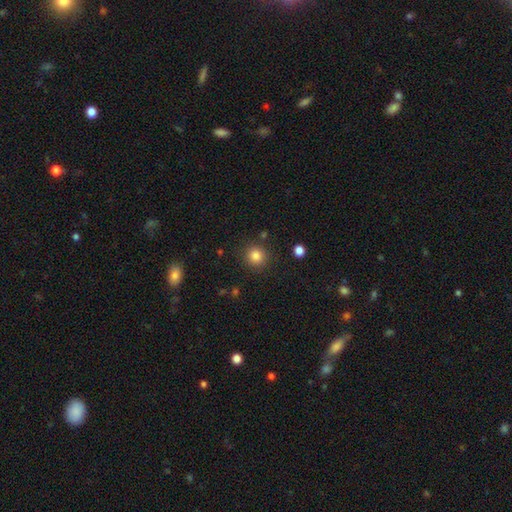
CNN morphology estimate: Smooth or featured: smooth — 83% (star or artifact — 12%)
How rounded: round — 91% (in between — 8%)
Merging: none — 87% (minor disturbance — 7%)